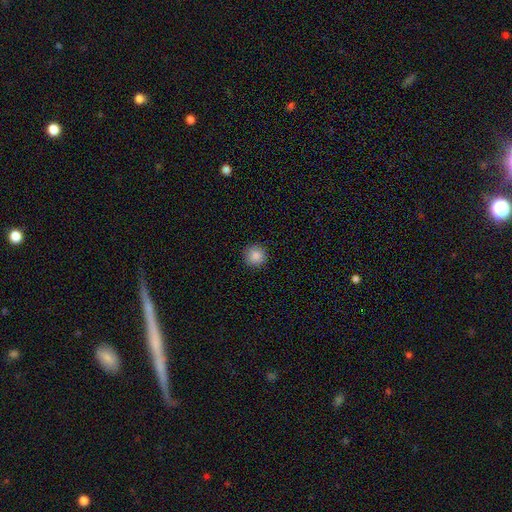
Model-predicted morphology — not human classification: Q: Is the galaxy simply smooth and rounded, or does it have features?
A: smooth — 87%.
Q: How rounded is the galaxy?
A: round — 94%.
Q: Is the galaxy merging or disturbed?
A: none — 89%.